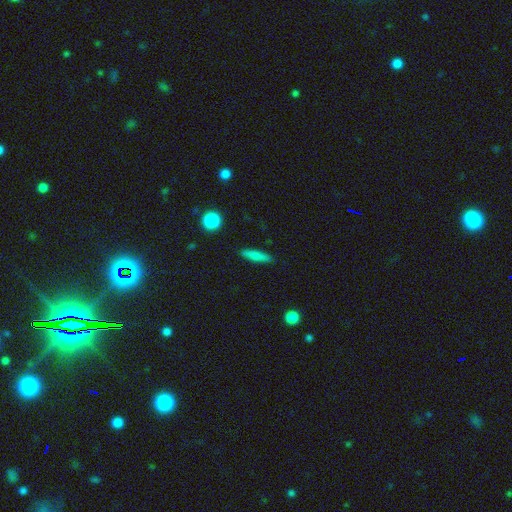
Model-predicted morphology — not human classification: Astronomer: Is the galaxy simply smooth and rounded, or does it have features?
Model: smooth — 73%.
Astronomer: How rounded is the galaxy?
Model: cigar-shaped — 80%.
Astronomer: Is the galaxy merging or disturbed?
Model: none — 88%.